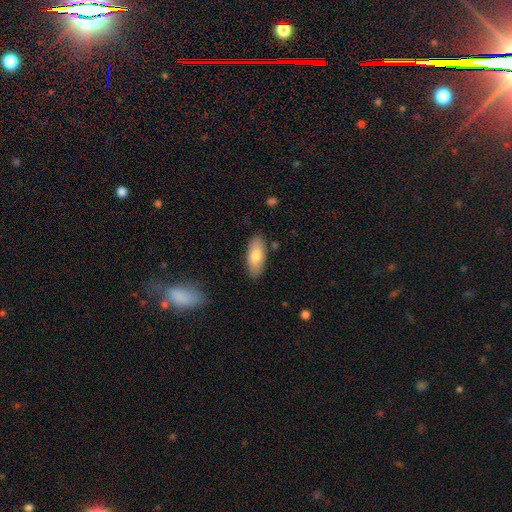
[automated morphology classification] Smooth or featured?
  - smooth: 77% *
  - featured or disk: 17%
  - star or artifact: 6%
How rounded?
  - in between: 84% *
  - cigar-shaped: 14%
  - round: 2%
Merging?
  - none: 85% *
  - minor disturbance: 11%
  - major disturbance: 2%
  - merger: 2%